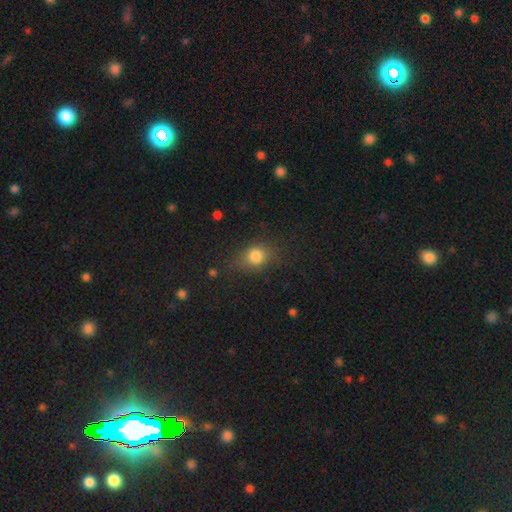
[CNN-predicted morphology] Q: Smooth or featured?
A: smooth (79%); runner-up: star or artifact (12%)
Q: How rounded?
A: round (53%); runner-up: in between (45%)
Q: Merging?
A: none (69%); runner-up: minor disturbance (20%)